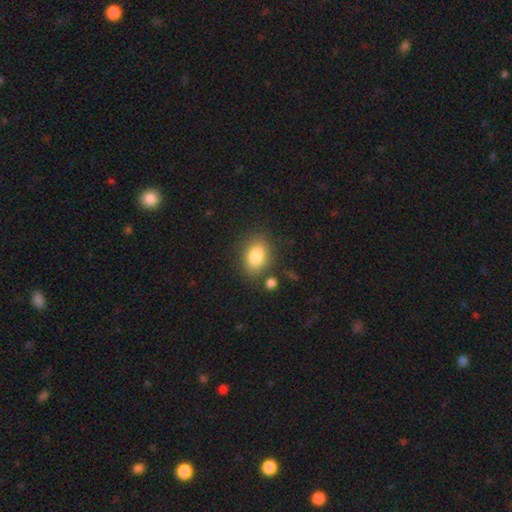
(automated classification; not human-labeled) A smooth galaxy with no disk features (84%) that is in between round and cigar-shaped (79%). Merging: none (77%).